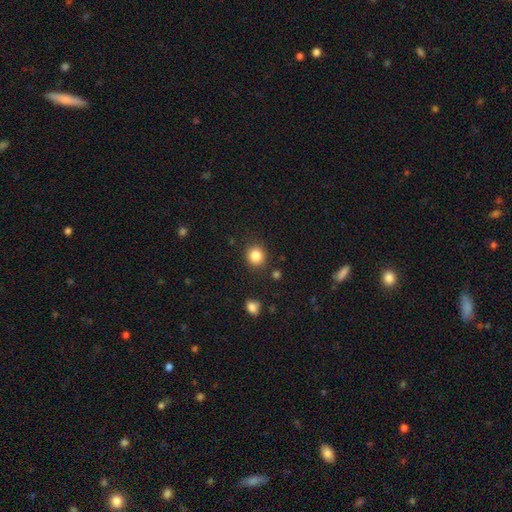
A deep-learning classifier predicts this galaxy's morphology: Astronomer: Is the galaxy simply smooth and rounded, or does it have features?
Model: smooth — 85%.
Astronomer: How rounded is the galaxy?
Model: round — 86%.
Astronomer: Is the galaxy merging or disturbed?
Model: none — 88%.